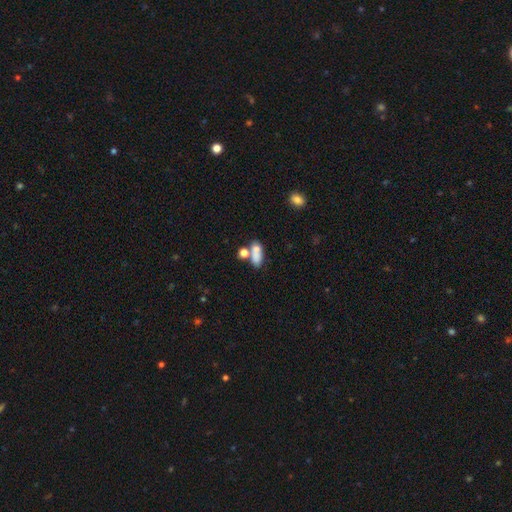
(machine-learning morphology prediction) The model was most divided on "merging": merger: 41%, none: 39%, minor disturbance: 13%, major disturbance: 7%. More confident: how rounded — in between (74%); smooth or featured — smooth (74%).